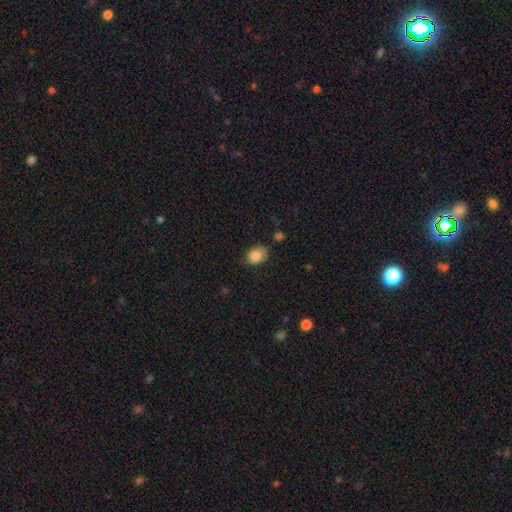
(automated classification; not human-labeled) Smooth or featured? smooth (86%)
How rounded? in between (68%)
Merging? none (72%)